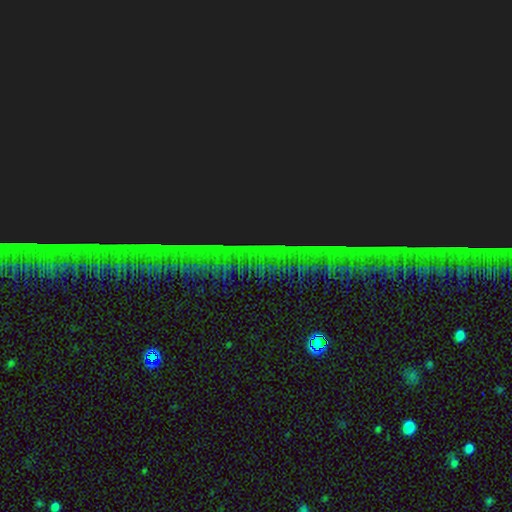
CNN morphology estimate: Smooth or featured?
  - star or artifact: 88% *
  - featured or disk: 7%
  - smooth: 5%